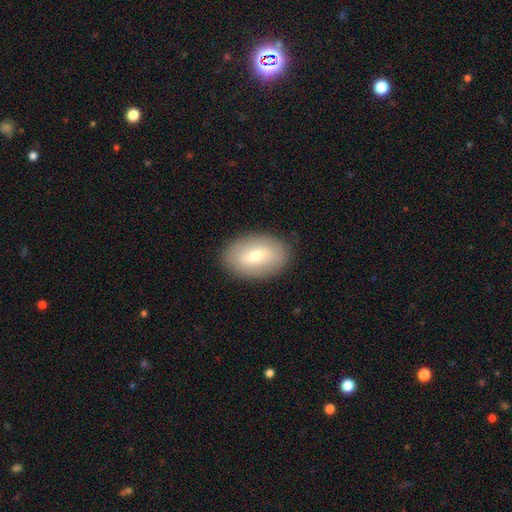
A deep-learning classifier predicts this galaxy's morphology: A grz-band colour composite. It shows a smooth galaxy with no disk features (59%) that is in between round and cigar-shaped (88%). Merging: none (87%).